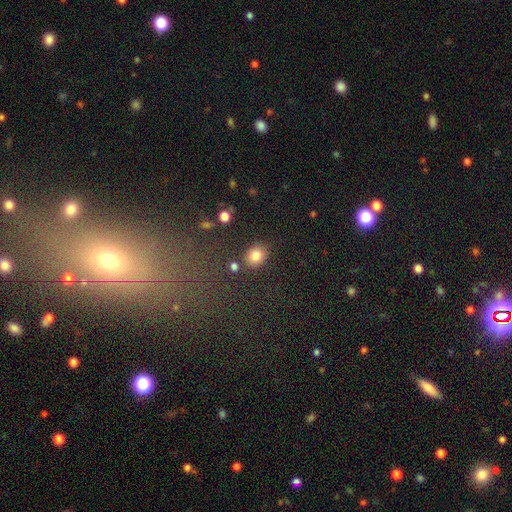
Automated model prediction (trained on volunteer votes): A smooth galaxy with no disk features (82%) that is round (55%).

Vote fractions:
- Smooth or featured? smooth: 82% / star or artifact: 11% / featured or disk: 7%
- How rounded? round: 55% / in between: 44% / cigar-shaped: 1%
- Merging? none: 82% / minor disturbance: 10% / merger: 5% / major disturbance: 3%